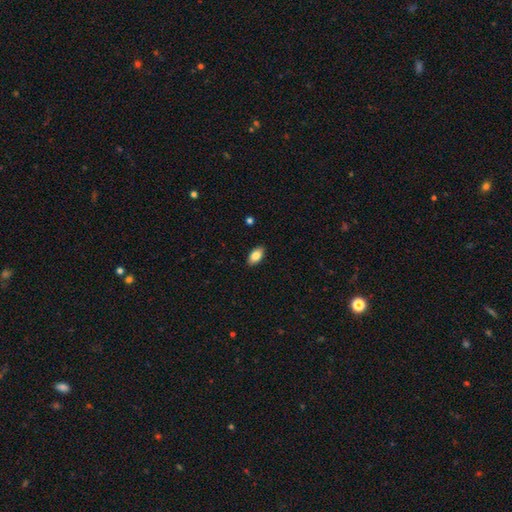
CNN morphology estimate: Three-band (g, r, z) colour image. It shows a smooth galaxy with no disk features (84%) that is in between round and cigar-shaped (93%). Merging: none (89%).